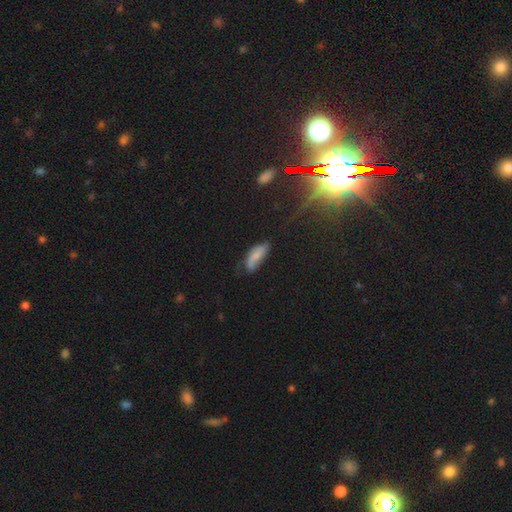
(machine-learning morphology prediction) A smooth galaxy with no disk features (71%) that is in between round and cigar-shaped (72%). Merging: none (46%).